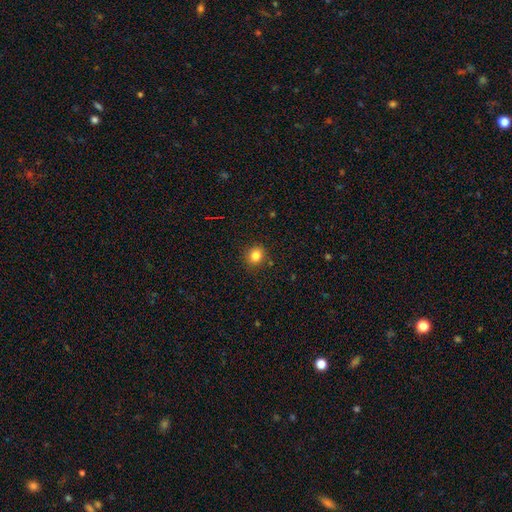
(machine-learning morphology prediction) Overall: smooth (82%). How rounded: round (81%). Merging: none (88%).